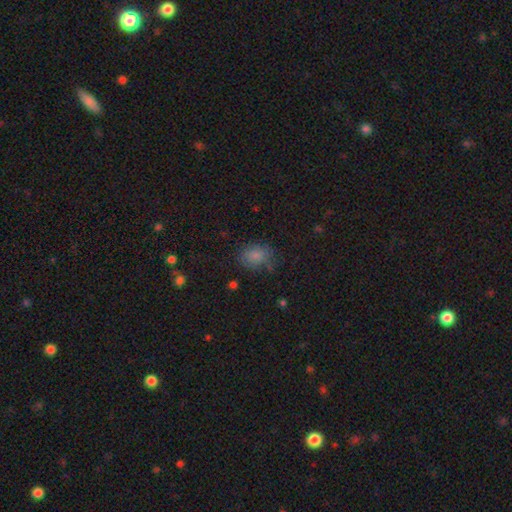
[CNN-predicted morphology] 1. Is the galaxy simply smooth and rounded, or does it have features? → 80% smooth, 12% star or artifact, 8% featured or disk.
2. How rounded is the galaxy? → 60% in between, 39% round, 1% cigar-shaped.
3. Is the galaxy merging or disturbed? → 67% none, 23% minor disturbance, 8% major disturbance, 2% merger.